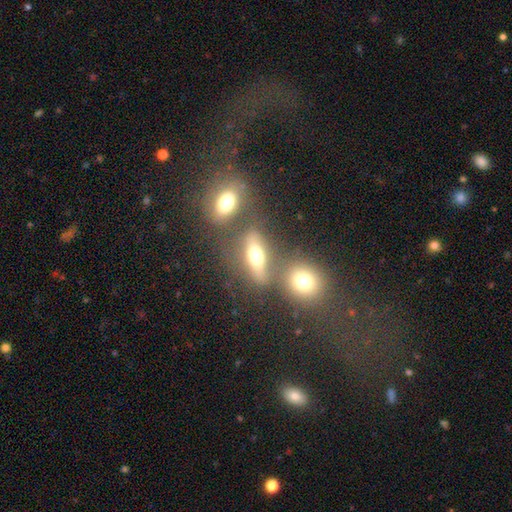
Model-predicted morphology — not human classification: Overall: smooth (56%; featured or disk 30%). How rounded: in between (60%; cigar-shaped 23%). Merging: none (53%; merger 29%).